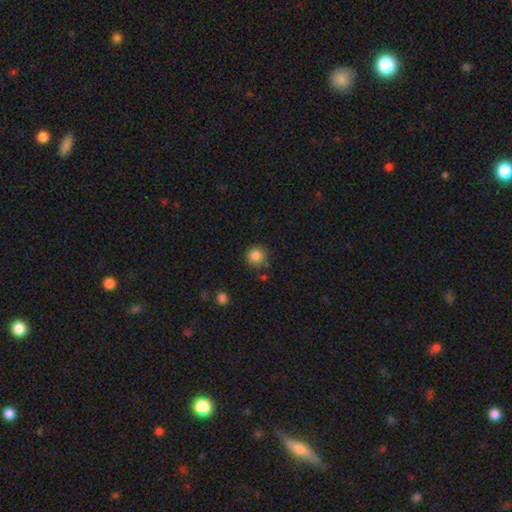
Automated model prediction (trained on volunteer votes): Morphology: type=smooth (85%); roundness=round (92%); merging=none (79%).